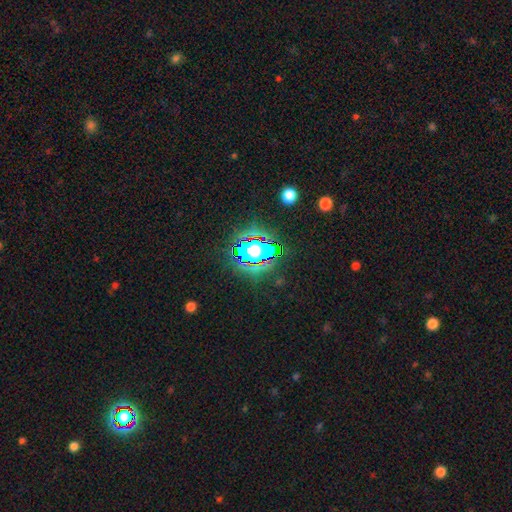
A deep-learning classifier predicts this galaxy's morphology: Smooth or featured? Predicted: star or artifact (p=0.79).